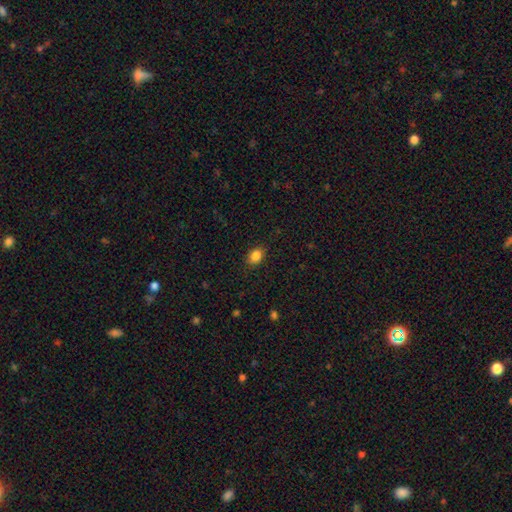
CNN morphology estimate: A smooth galaxy with no disk features (86%) that is in between round and cigar-shaped (71%). Merging: none (87%).